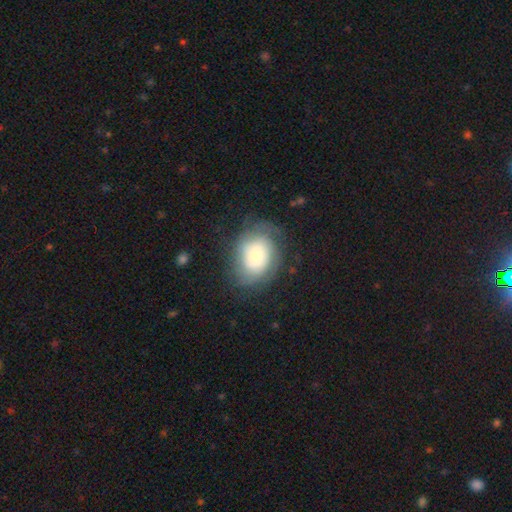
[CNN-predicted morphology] smooth 52%, featured or disk 39%, star or artifact 9%. Down the decision tree: how rounded — in between (56%); merging — none (66%).